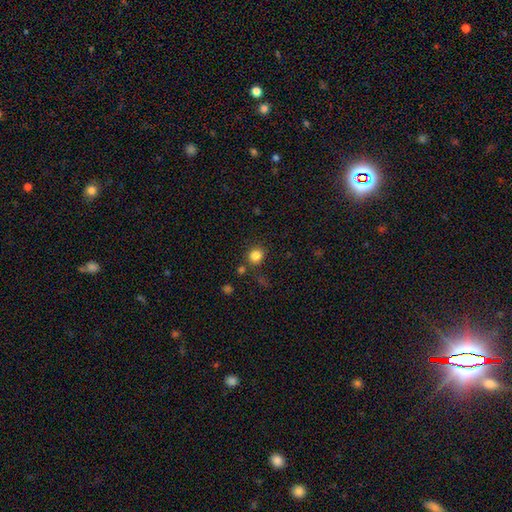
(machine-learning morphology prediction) This is clearly a smooth galaxy (84%). How rounded: clearly round (87%). Merging: clearly none (81%).